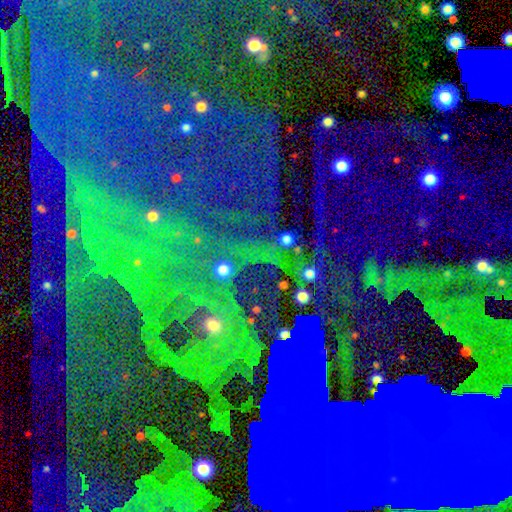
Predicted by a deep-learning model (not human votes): This is clearly a star or artifact rather than a galaxy (82%).